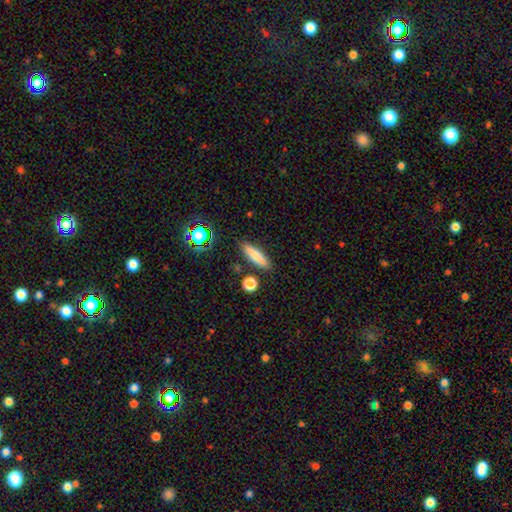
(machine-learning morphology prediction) This is likely a smooth galaxy (77%). How rounded: likely cigar-shaped (64%). Merging: clearly none (85%).